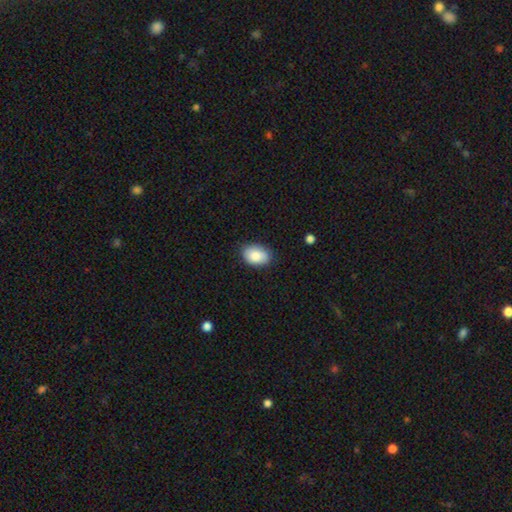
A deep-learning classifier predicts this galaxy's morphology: This is clearly a smooth galaxy (86%). How rounded: clearly in between (83%). Merging: clearly none (81%).